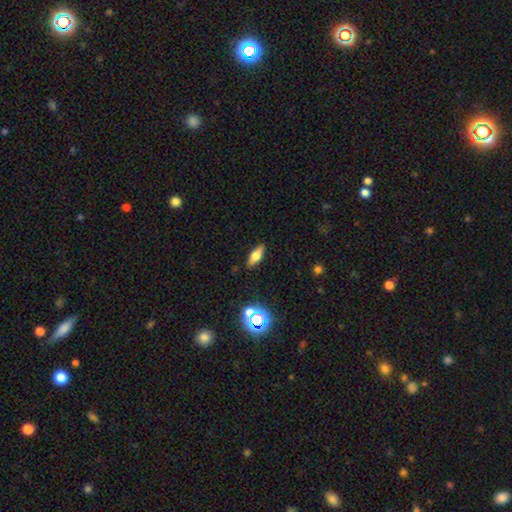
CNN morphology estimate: Q: Smooth or featured?
A: smooth (59%); runner-up: featured or disk (29%)
Q: How rounded?
A: in between (64%); runner-up: cigar-shaped (32%)
Q: Merging?
A: none (88%); runner-up: minor disturbance (9%)